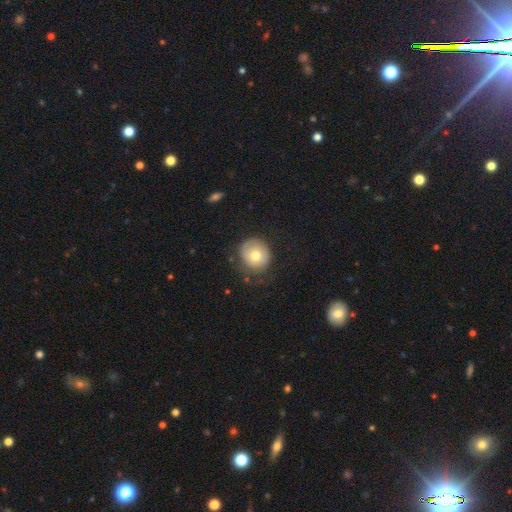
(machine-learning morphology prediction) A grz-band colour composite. It shows a smooth galaxy with no disk features (63%) that is round (86%). Merging: none (66%).